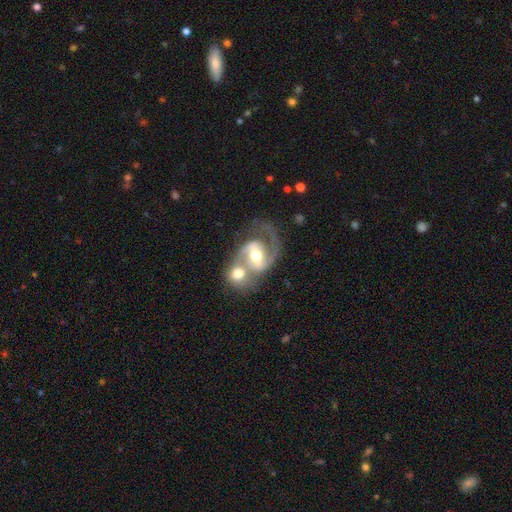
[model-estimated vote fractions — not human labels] Smooth or featured?
  - featured or disk: 86% *
  - smooth: 9%
  - star or artifact: 6%
Edge-on disk?
  - no: 97% *
  - yes: 3%
Bar?
  - weak: 42% *
  - no: 35%
  - strong: 23%
Spiral arms?
  - yes: 94% *
  - no: 6%
Spiral winding?
  - medium: 50% *
  - tight: 29%
  - loose: 21%
Spiral arm count?
  - 2: 69% *
  - 1: 21%
  - can't tell: 6%
  - 3: 2%
  - 4: 1%
  - more than 4: 1%
Bulge size?
  - moderate: 63% *
  - small: 27%
  - large: 7%
  - none: 2%
  - dominant: 1%
Merging?
  - merger: 64% *
  - none: 21%
  - major disturbance: 8%
  - minor disturbance: 7%